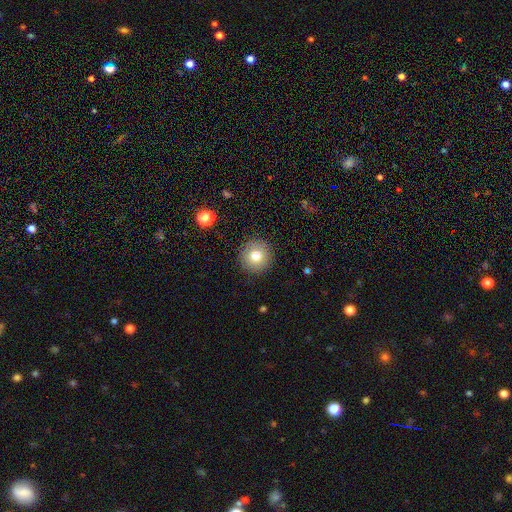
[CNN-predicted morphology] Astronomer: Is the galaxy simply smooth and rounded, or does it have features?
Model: smooth — 77%.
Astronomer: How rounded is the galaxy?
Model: round — 95%.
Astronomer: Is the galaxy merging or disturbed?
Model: none — 91%.